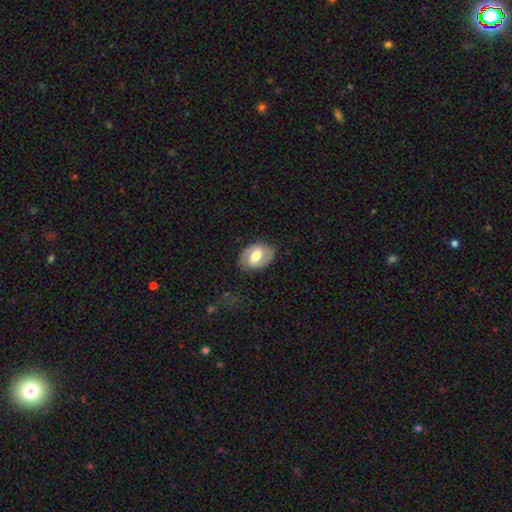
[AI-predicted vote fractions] Smooth or featured? featured or disk (52%)
Edge-on disk? no (95%)
Merging? none (80%)